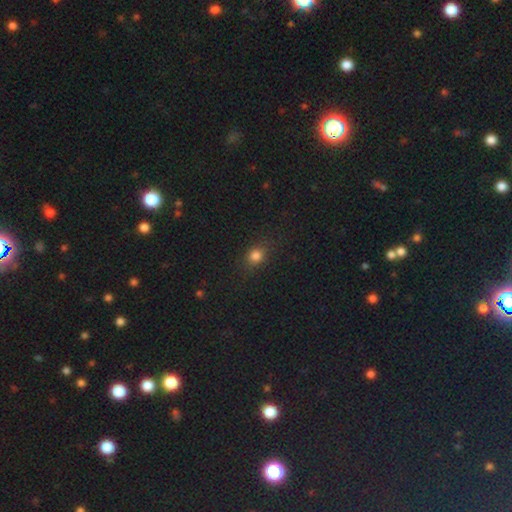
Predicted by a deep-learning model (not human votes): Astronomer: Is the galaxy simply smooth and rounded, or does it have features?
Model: smooth — 77%.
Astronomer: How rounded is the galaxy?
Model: round — 64%.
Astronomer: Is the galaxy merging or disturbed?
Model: none — 81%.